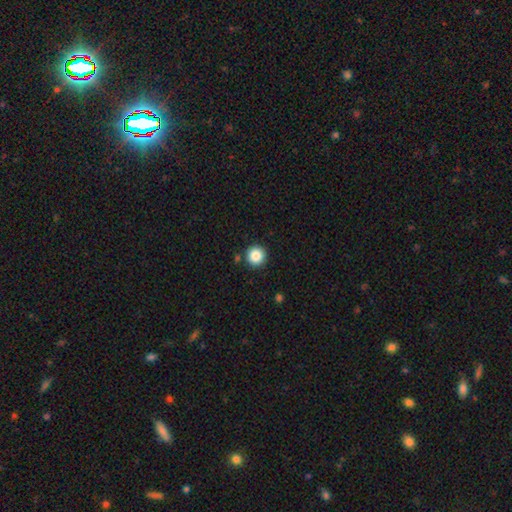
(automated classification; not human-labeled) smooth-or-featured: smooth: 87% | star or artifact: 10% | featured or disk: 4%
  how-rounded: round: 96% | in between: 3% | cigar-shaped: 1%
  merging: none: 90% | minor disturbance: 6% | merger: 2% | major disturbance: 2%